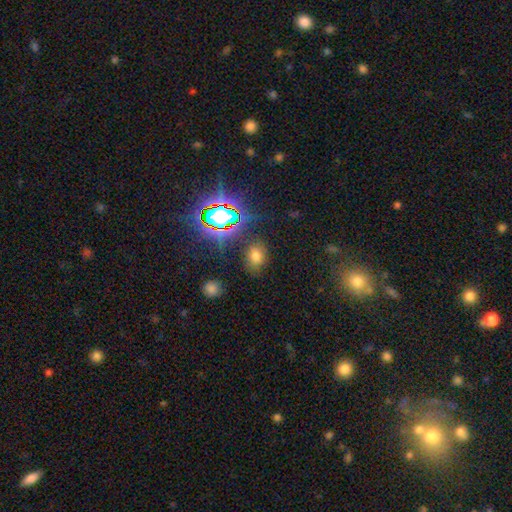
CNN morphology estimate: Smooth or featured?
  - smooth: 65% *
  - star or artifact: 27%
  - featured or disk: 8%
How rounded?
  - in between: 69% *
  - round: 30%
  - cigar-shaped: 1%
Merging?
  - none: 80% *
  - minor disturbance: 13%
  - major disturbance: 5%
  - merger: 3%